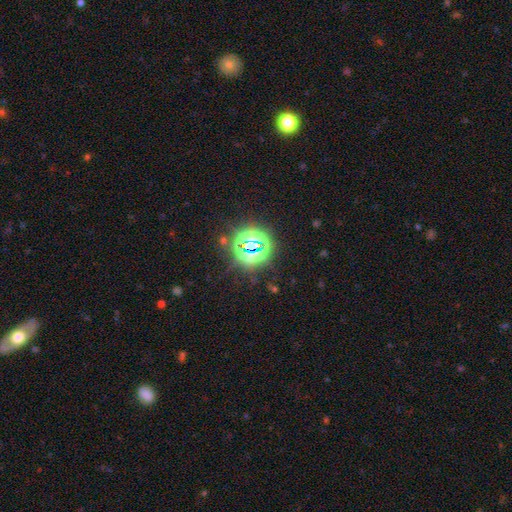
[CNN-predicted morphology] smooth_or_featured: star or artifact (p=0.78) [alt: smooth p=0.14]